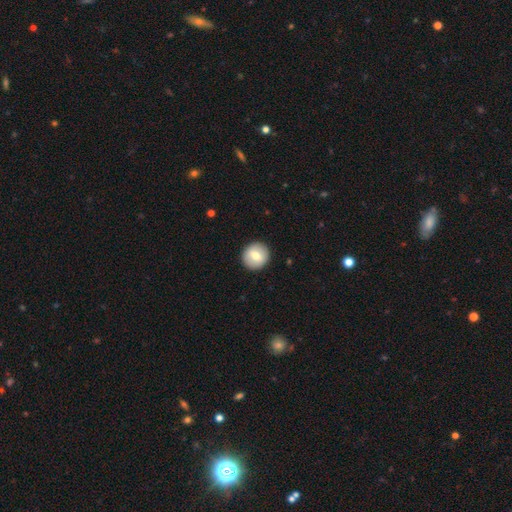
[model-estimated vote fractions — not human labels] Smooth or featured: smooth — 69% (featured or disk — 24%)
How rounded: round — 92% (in between — 7%)
Merging: none — 91% (minor disturbance — 6%)